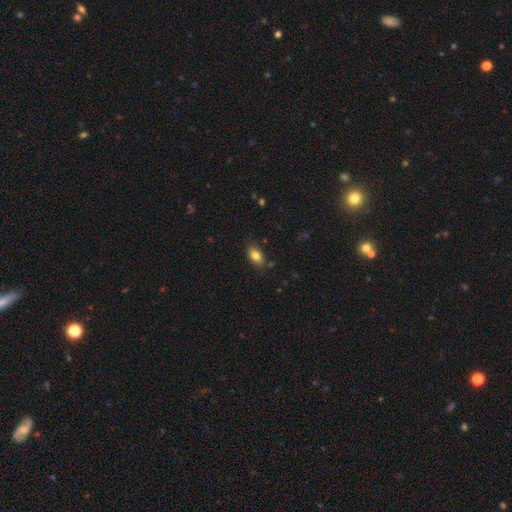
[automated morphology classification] A smooth galaxy with no disk features (81%) that is in between round and cigar-shaped (87%).

Vote fractions:
- Smooth or featured? smooth: 81% / featured or disk: 10% / star or artifact: 9%
- How rounded? in between: 87% / round: 10% / cigar-shaped: 3%
- Merging? none: 79% / minor disturbance: 15% / major disturbance: 3% / merger: 3%